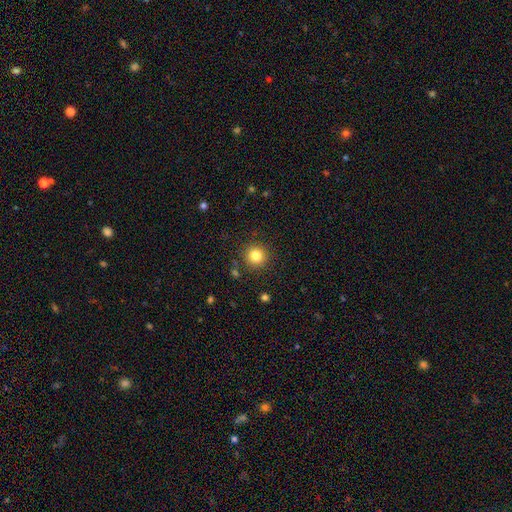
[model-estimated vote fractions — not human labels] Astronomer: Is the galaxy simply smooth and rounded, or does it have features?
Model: smooth — 82%.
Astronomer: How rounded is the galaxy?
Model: round — 94%.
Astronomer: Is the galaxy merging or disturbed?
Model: none — 89%.